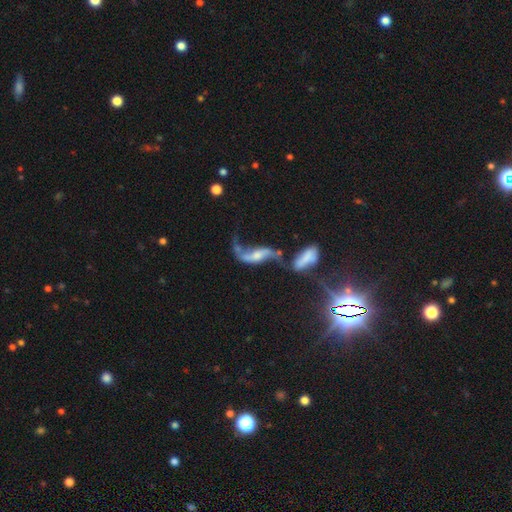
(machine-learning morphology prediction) Smooth or featured: featured or disk — 79% (smooth — 12%)
Edge-on disk: no — 89% (yes — 11%)
Bar: no — 46% (weak — 34%)
Spiral arms: yes — 88% (no — 12%)
Spiral winding: loose — 90% (medium — 7%)
Spiral arm count: 2 — 85% (1 — 8%)
Bulge size: moderate — 37% (small — 35%)
Merging: merger — 35% (none — 31%)